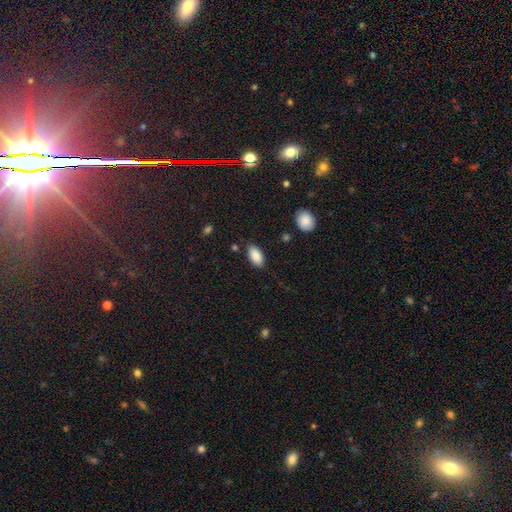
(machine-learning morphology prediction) This is clearly a smooth galaxy (88%). How rounded: clearly in between (93%). Merging: clearly none (83%).